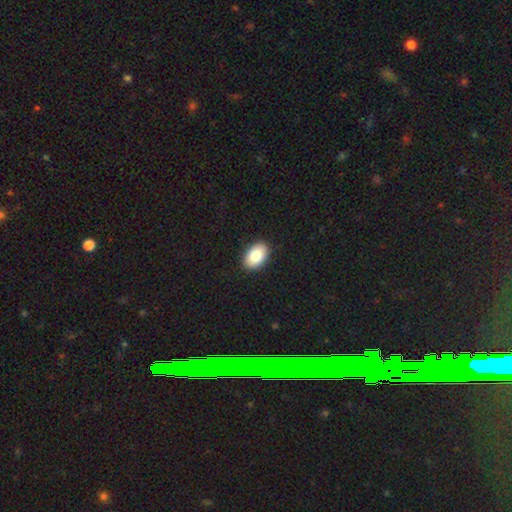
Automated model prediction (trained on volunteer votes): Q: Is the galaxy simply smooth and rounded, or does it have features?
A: smooth — 87%.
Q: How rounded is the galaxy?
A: in between — 90%.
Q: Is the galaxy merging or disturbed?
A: none — 90%.